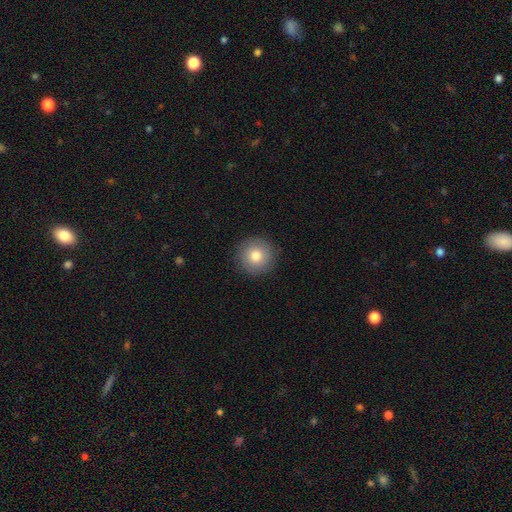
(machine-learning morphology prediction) Overall: smooth (80%). How rounded: round (96%). Merging: none (91%).